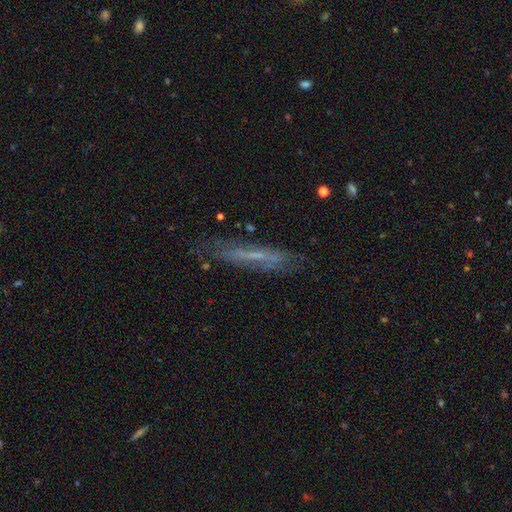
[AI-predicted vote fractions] smooth_or_featured: featured or disk (p=0.51) [alt: smooth p=0.38]
disk_edge_on: yes (p=0.65) [alt: no p=0.35]
merging: none (p=0.73) [alt: minor disturbance p=0.18]